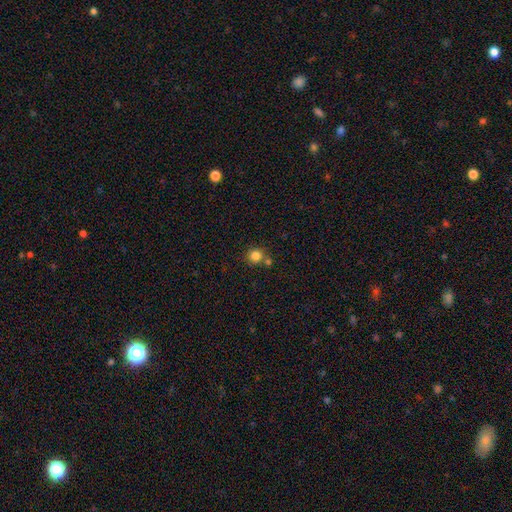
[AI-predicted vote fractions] A smooth galaxy with no disk features (83%) that is round (92%). Merging: none (72%).